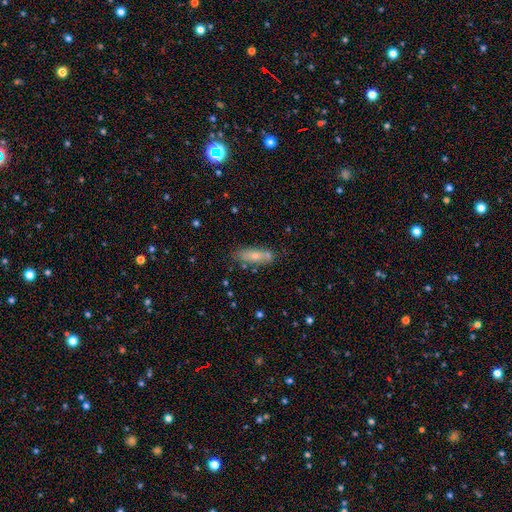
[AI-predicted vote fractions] Overall: smooth (63%; featured or disk 29%). How rounded: in between (58%; cigar-shaped 39%). Merging: none (72%).